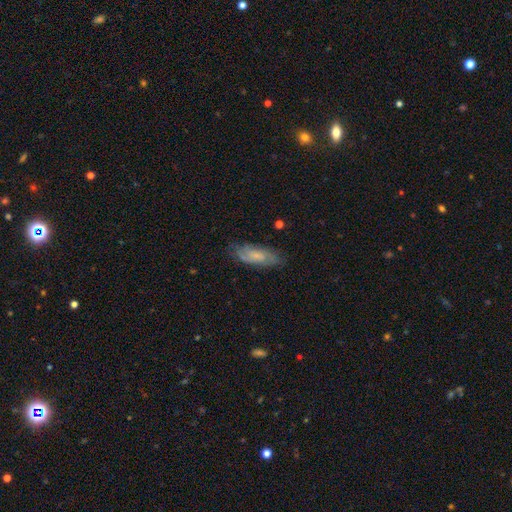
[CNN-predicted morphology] Overall: smooth (48%; featured or disk 45%). Merging: none (75%).